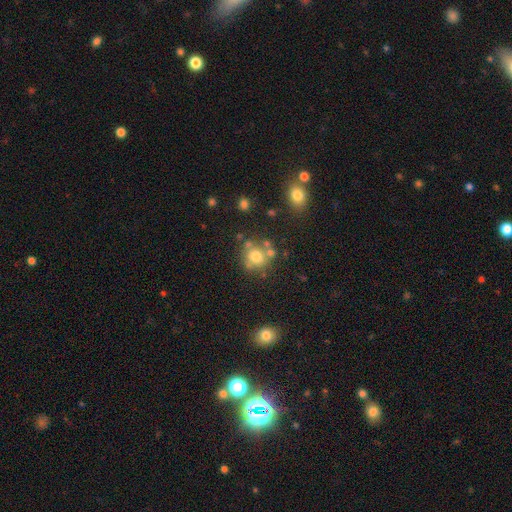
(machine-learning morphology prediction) Overall: smooth (69%). How rounded: round (83%). Merging: none (60%; merger 21%).